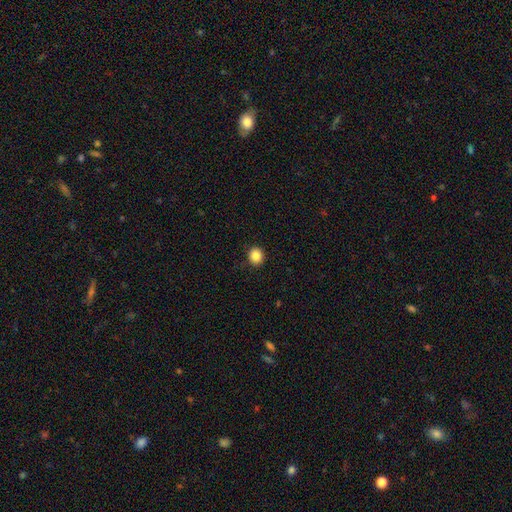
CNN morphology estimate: Smooth or featured? smooth (87%)
How rounded? round (75%)
Merging? none (90%)